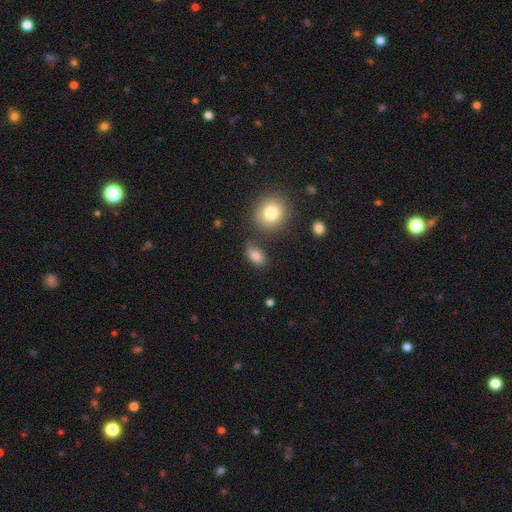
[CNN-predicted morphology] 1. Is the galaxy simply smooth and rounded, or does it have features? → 81% smooth, 10% star or artifact, 9% featured or disk.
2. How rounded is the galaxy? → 85% in between, 11% round, 4% cigar-shaped.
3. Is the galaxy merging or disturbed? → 73% none, 15% minor disturbance, 7% merger, 5% major disturbance.